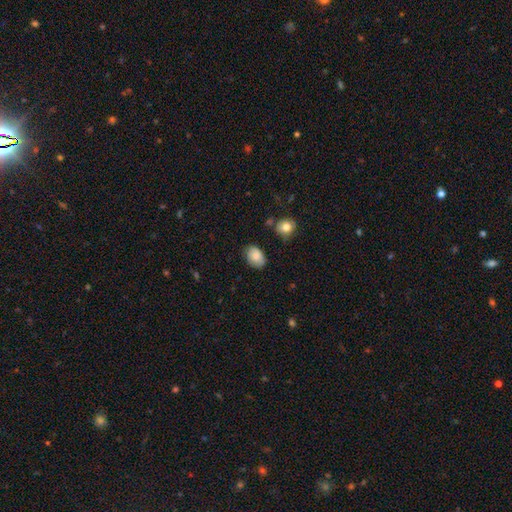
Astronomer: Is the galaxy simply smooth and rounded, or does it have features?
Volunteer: smooth — 89%.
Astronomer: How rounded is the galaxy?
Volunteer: in between — 88%.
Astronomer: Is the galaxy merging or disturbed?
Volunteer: none — 75%.